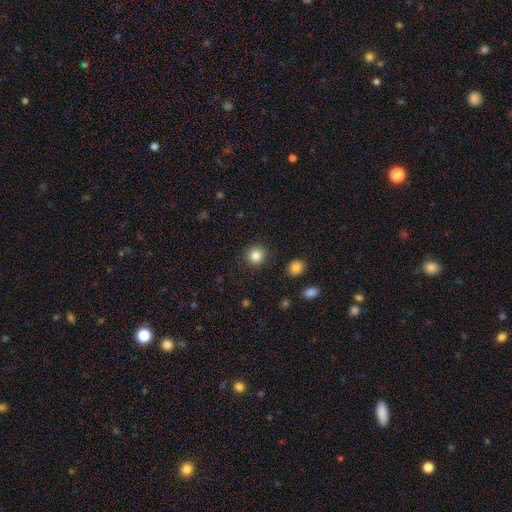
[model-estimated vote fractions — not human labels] smooth_or_featured: smooth (p=0.85) [alt: star or artifact p=0.10]
how_rounded: round (p=0.92) [alt: in between p=0.07]
merging: none (p=0.90) [alt: minor disturbance p=0.06]